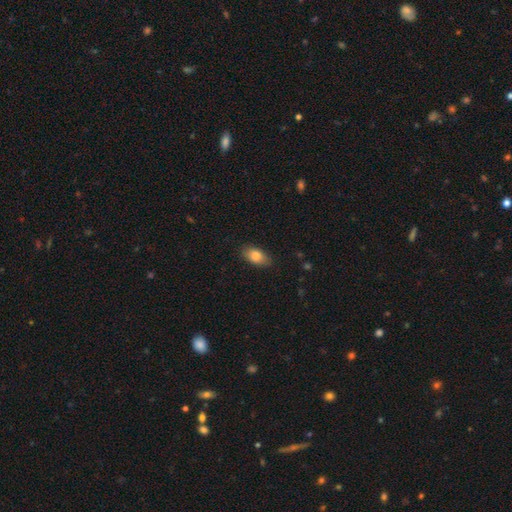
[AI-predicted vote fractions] Smooth or featured: smooth — 82% (featured or disk — 11%)
How rounded: in between — 90% (round — 6%)
Merging: none — 85% (minor disturbance — 12%)